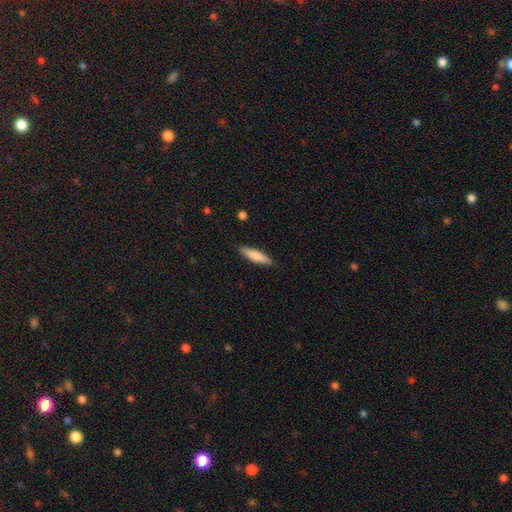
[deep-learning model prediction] smooth-or-featured: smooth: 77% | featured or disk: 17% | star or artifact: 6%
  how-rounded: cigar-shaped: 74% | in between: 24% | round: 1%
  merging: none: 88% | minor disturbance: 9% | major disturbance: 2% | merger: 1%